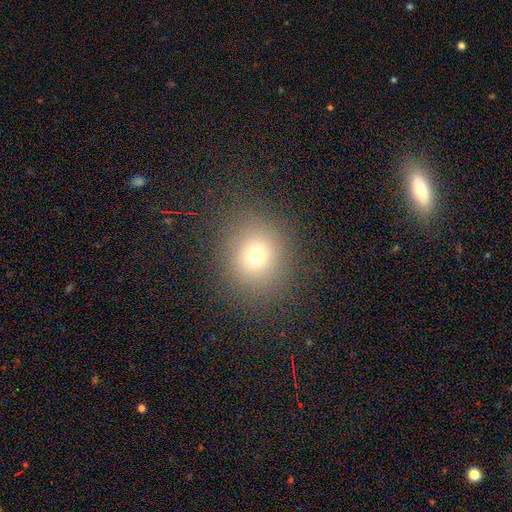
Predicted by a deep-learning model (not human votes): Q: Smooth or featured?
A: smooth (71%); runner-up: star or artifact (19%)
Q: How rounded?
A: round (81%); runner-up: in between (18%)
Q: Merging?
A: none (86%); runner-up: minor disturbance (8%)